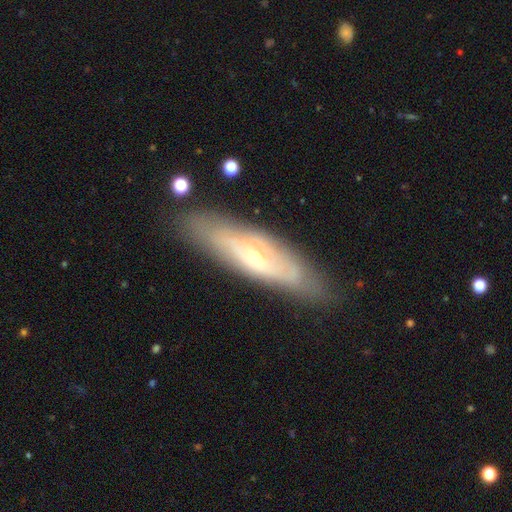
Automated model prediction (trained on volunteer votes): Morphology: type=featured or disk (67%); edge-on=no (64%); merging=none (81%).